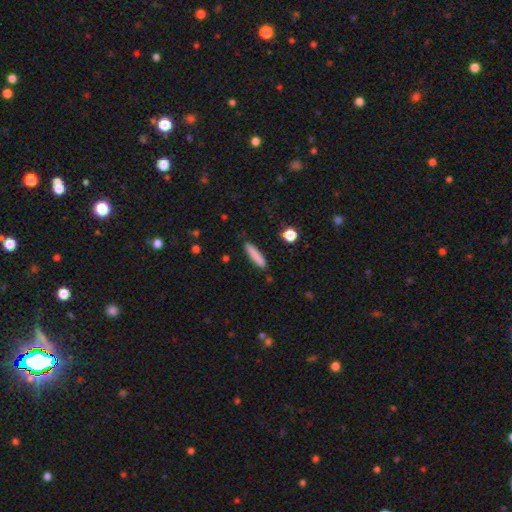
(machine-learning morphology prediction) Smooth or featured? Predicted: smooth (p=0.83). How rounded? Predicted: cigar-shaped (p=0.87). Merging? Predicted: none (p=0.86).